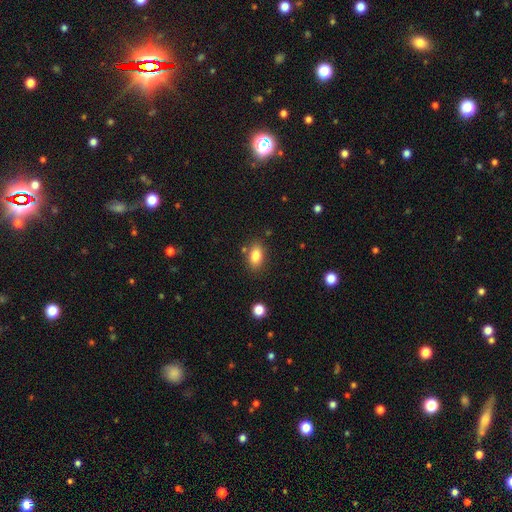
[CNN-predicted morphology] Q: Smooth or featured?
A: smooth (83%); runner-up: star or artifact (9%)
Q: How rounded?
A: in between (85%); runner-up: round (12%)
Q: Merging?
A: none (81%); runner-up: minor disturbance (11%)